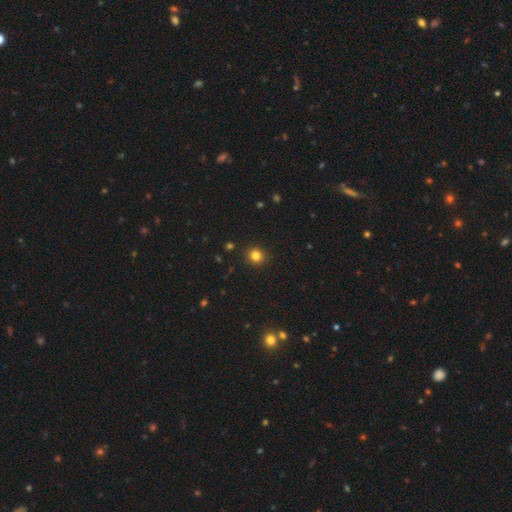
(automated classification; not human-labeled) The model was most divided on "smooth or featured": smooth: 82%, star or artifact: 14%, featured or disk: 5%. More confident: merging — none (92%); how rounded — round (91%).